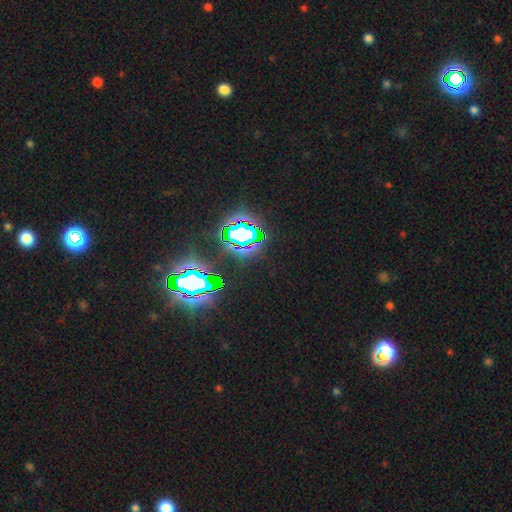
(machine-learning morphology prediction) Smooth or featured: star or artifact — 83% (smooth — 10%)